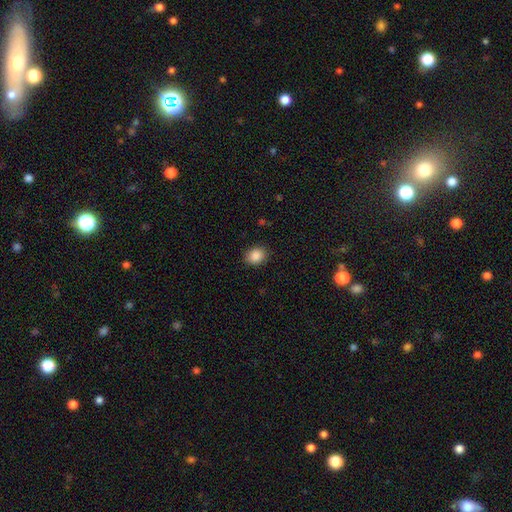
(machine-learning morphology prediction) smooth-or-featured: smooth: 88% | star or artifact: 8% | featured or disk: 3%
  how-rounded: round: 51% | in between: 48% | cigar-shaped: 1%
  merging: none: 88% | minor disturbance: 9% | major disturbance: 2% | merger: 1%